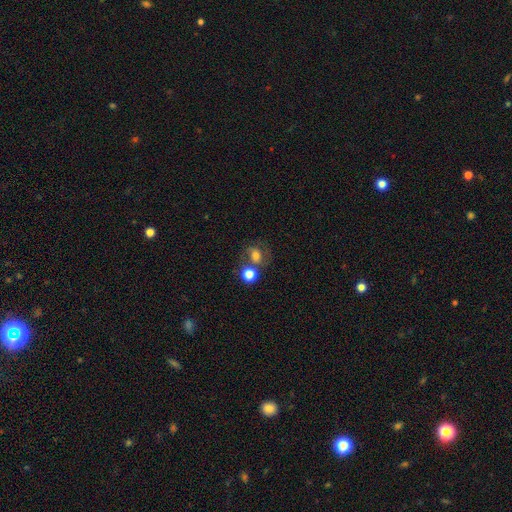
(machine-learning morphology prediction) Overall: smooth (65%). How rounded: round (60%; in between 39%). Merging: none (45%; merger 33%).